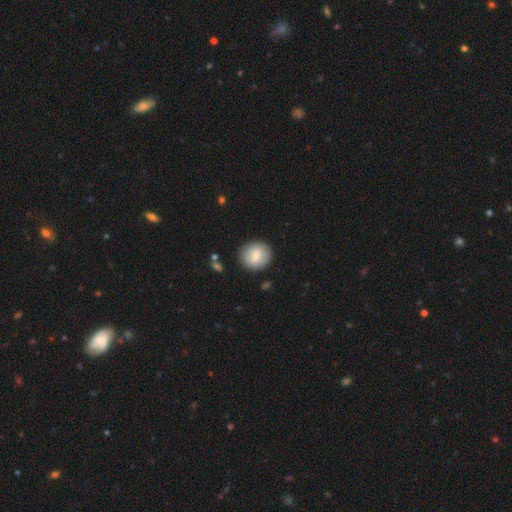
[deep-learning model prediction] This appears to be a smooth galaxy with no disk features (80%) that is round (83%). Merging: none (88%).